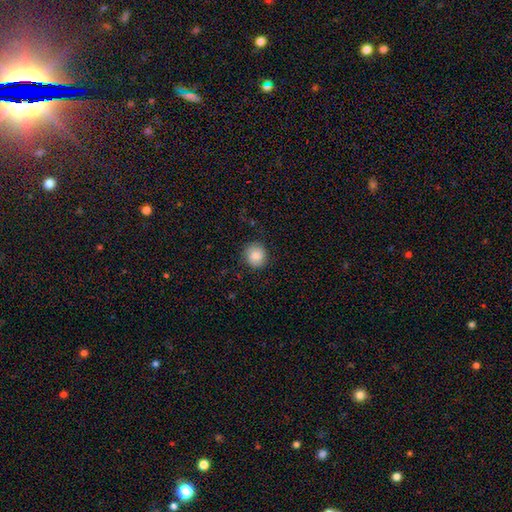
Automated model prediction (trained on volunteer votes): Smooth or featured? smooth (84%)
How rounded? round (89%)
Merging? none (86%)